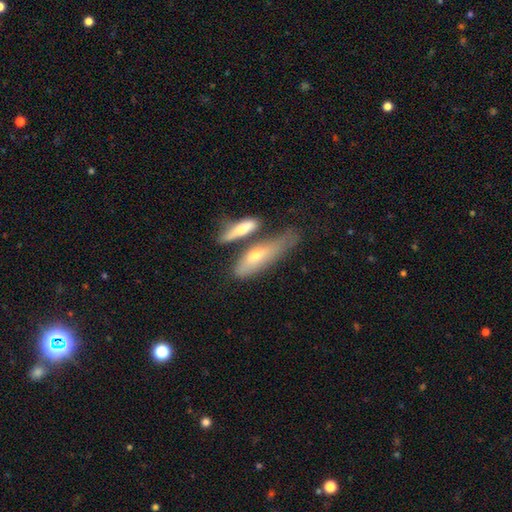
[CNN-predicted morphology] type=smooth (57%); roundness=cigar-shaped (61%); merging=none (40%).